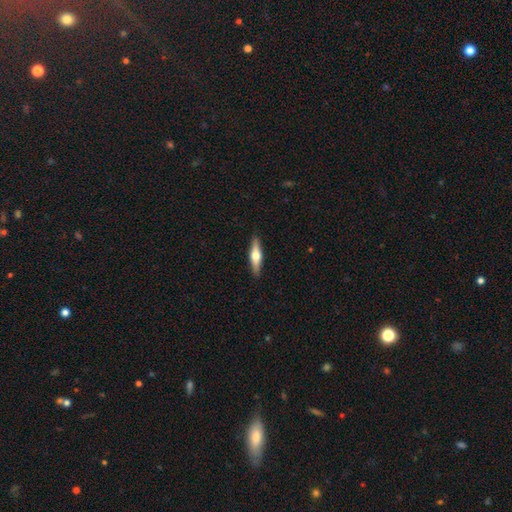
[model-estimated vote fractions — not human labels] This appears to be a featured or disk galaxy (55%) viewed edge-on (95%) with a rounded central bulge (93%). Merging: none (90%).